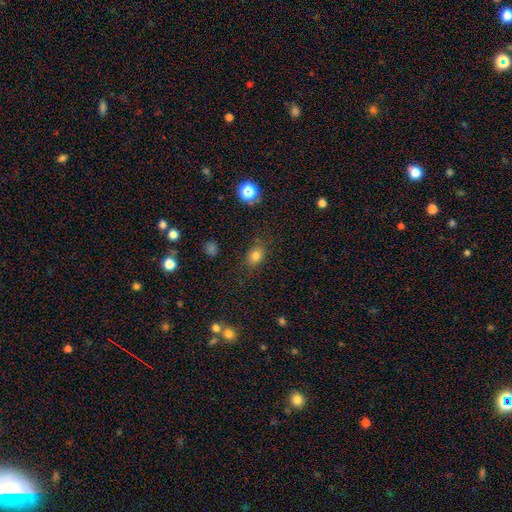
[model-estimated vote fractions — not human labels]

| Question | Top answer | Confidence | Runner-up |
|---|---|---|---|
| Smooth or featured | smooth | 77% | star or artifact (16%) |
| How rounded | in between | 65% | round (33%) |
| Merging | none | 76% | minor disturbance (16%) |